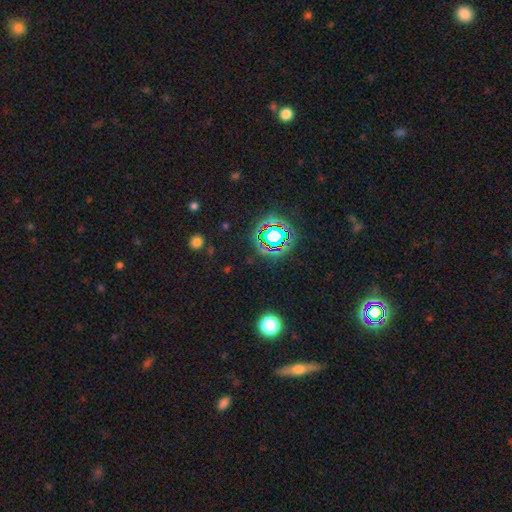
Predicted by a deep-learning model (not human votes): Smooth or featured: star or artifact — 74% (smooth — 16%)